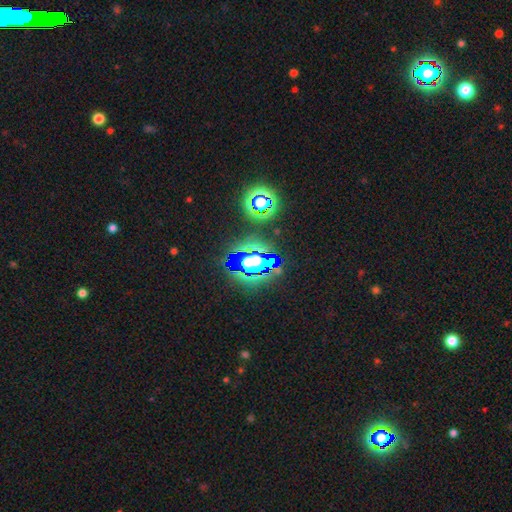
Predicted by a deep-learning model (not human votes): The model was most divided on "smooth or featured": star or artifact: 59%, smooth: 29%, featured or disk: 13%.